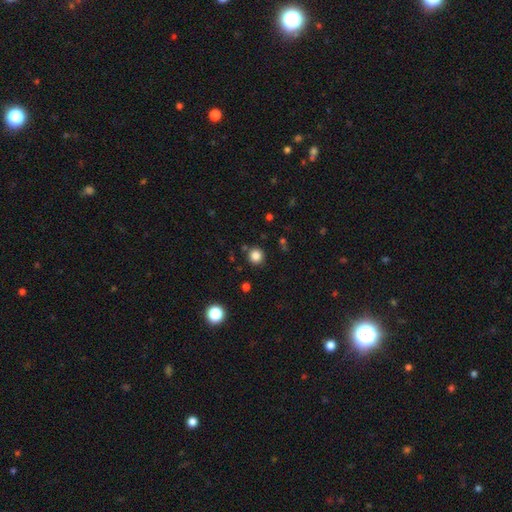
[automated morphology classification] A smooth galaxy with no disk features (83%) that is round (93%). Merging: none (86%).